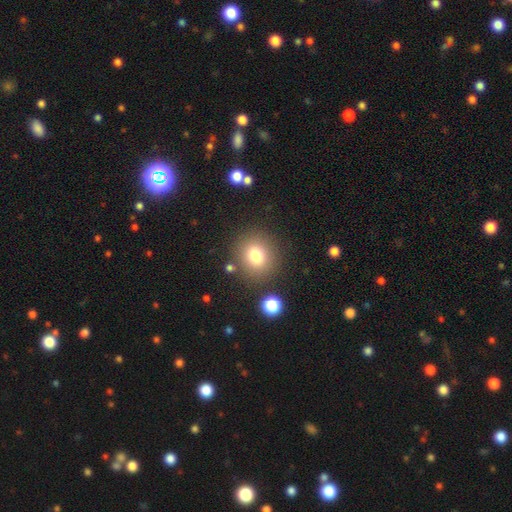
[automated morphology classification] smooth 77%, star or artifact 13%, featured or disk 10%. Down the decision tree: how rounded — round (78%); merging — none (82%).